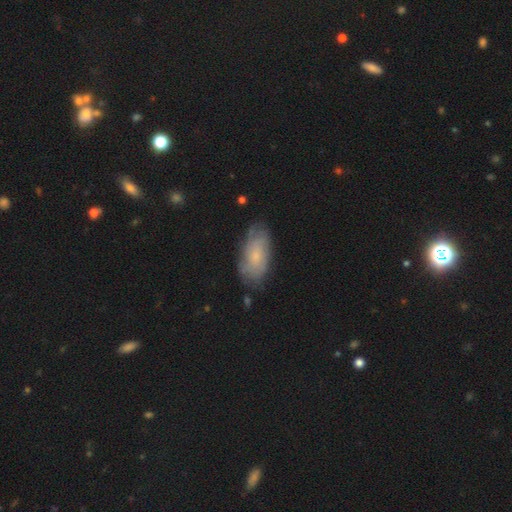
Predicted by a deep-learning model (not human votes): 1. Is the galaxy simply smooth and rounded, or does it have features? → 52% smooth, 40% featured or disk, 7% star or artifact.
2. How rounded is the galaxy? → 91% in between, 6% cigar-shaped, 3% round.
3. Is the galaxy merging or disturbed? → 71% none, 21% minor disturbance, 6% major disturbance, 2% merger.